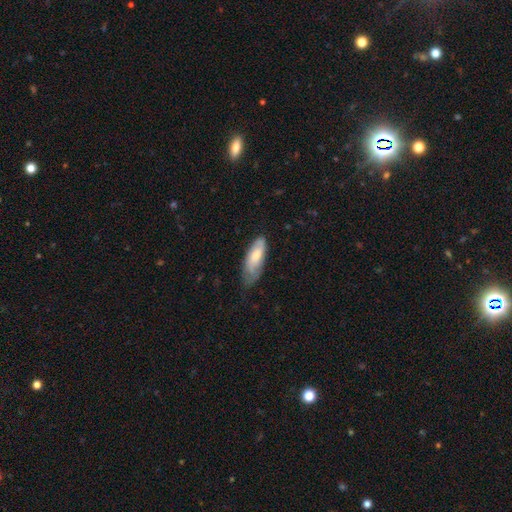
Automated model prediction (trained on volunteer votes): Smooth or featured? Predicted: smooth (p=0.63). How rounded? Predicted: in between (p=0.71). Merging? Predicted: none (p=0.47).